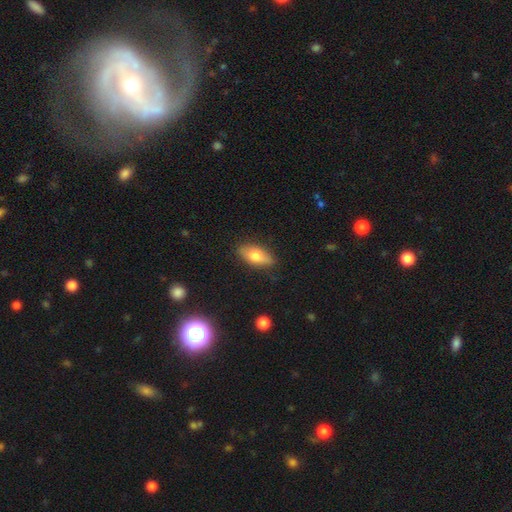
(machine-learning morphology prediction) Q: Smooth or featured?
A: smooth (69%); runner-up: featured or disk (24%)
Q: How rounded?
A: in between (81%); runner-up: cigar-shaped (15%)
Q: Merging?
A: none (83%); runner-up: minor disturbance (13%)